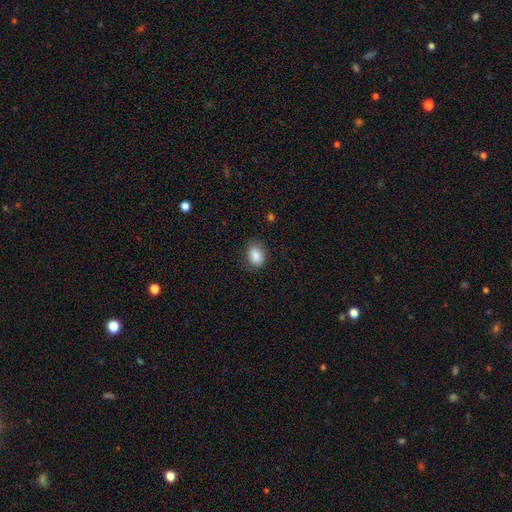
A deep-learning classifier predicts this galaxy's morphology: A smooth galaxy with no disk features (86%) that is in between round and cigar-shaped (74%). Merging: none (77%).